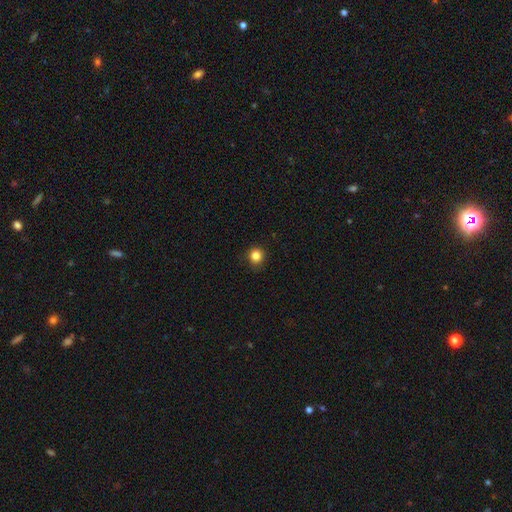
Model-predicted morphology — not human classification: Smooth or featured?
  - smooth: 84% *
  - star or artifact: 12%
  - featured or disk: 4%
How rounded?
  - round: 92% *
  - in between: 7%
  - cigar-shaped: 1%
Merging?
  - none: 89% *
  - minor disturbance: 8%
  - major disturbance: 2%
  - merger: 1%